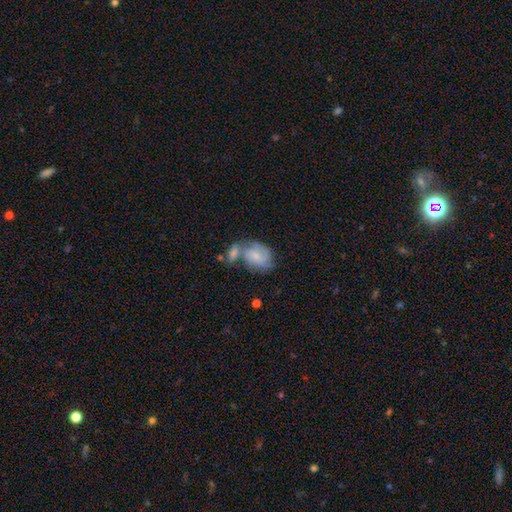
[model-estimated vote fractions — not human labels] Smooth or featured: featured or disk — 48% (smooth — 45%)
Merging: merger — 46% (none — 27%)